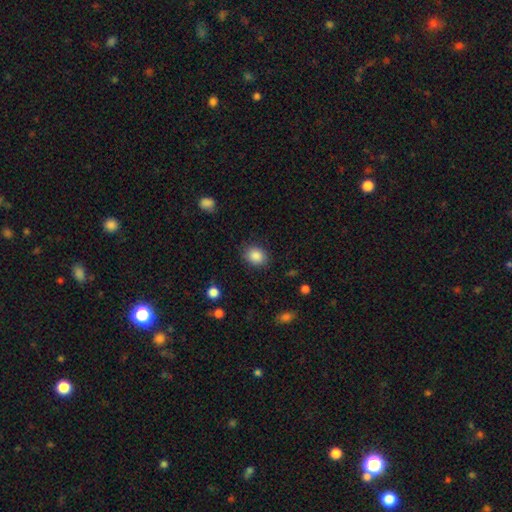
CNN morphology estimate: smooth-or-featured: smooth: 87% | star or artifact: 9% | featured or disk: 4%
  how-rounded: round: 52% | in between: 48% | cigar-shaped: 1%
  merging: none: 86% | minor disturbance: 10% | major disturbance: 3% | merger: 1%